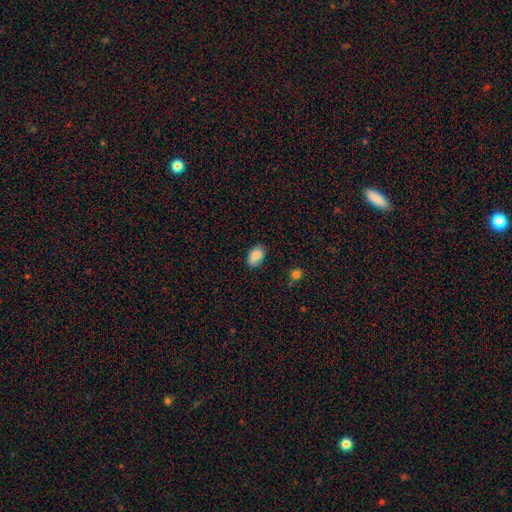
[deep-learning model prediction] The model was most divided on "merging": none: 80%, minor disturbance: 16%, major disturbance: 3%, merger: 1%. More confident: how rounded — in between (91%); smooth or featured — smooth (87%).